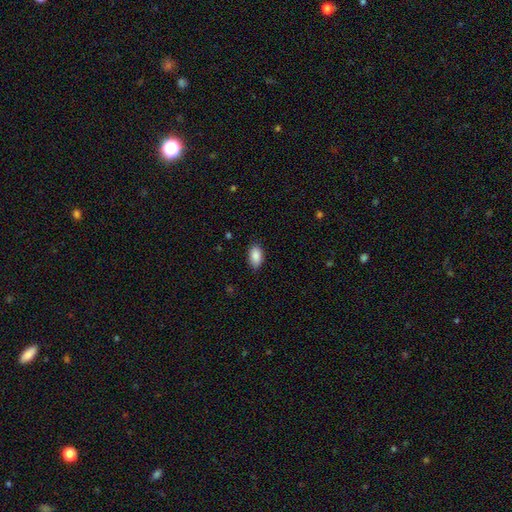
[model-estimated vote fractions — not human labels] The model was most divided on "merging": none: 82%, minor disturbance: 15%, major disturbance: 3%, merger: 1%. More confident: how rounded — in between (93%); smooth or featured — smooth (89%).